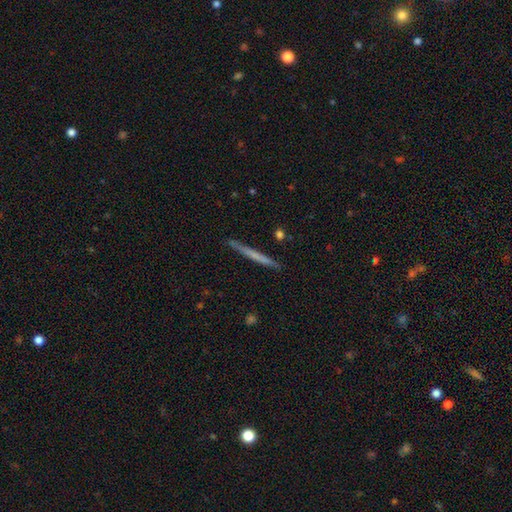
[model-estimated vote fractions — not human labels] Morphology: type=smooth (51%); roundness=cigar-shaped (97%); merging=none (90%).